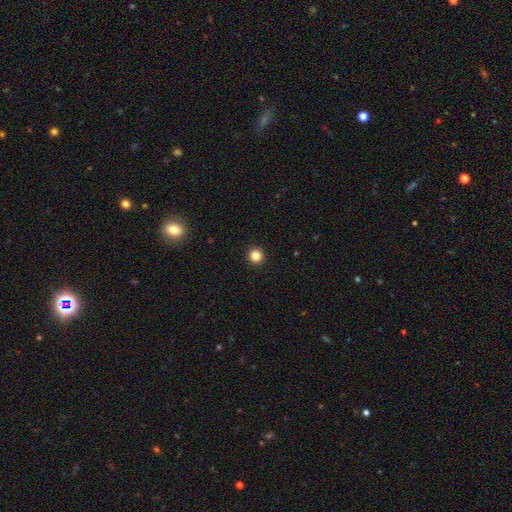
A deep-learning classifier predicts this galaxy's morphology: Smooth or featured?
  - smooth: 84% *
  - star or artifact: 12%
  - featured or disk: 4%
How rounded?
  - round: 96% *
  - in between: 3%
  - cigar-shaped: 1%
Merging?
  - none: 94% *
  - minor disturbance: 4%
  - major disturbance: 1%
  - merger: 1%